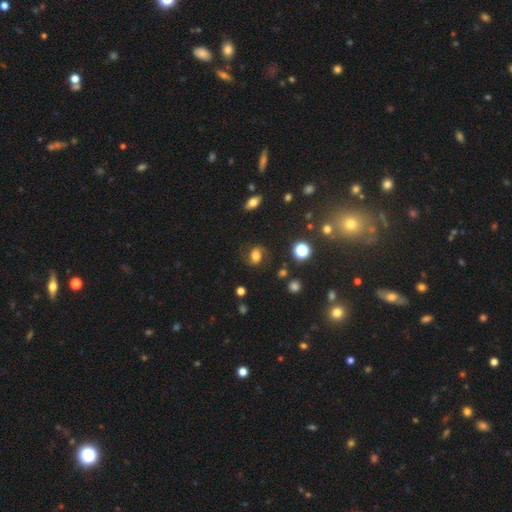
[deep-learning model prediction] Smooth or featured? smooth (51%)
How rounded? in between (49%, tied with round)
Merging? none (74%)